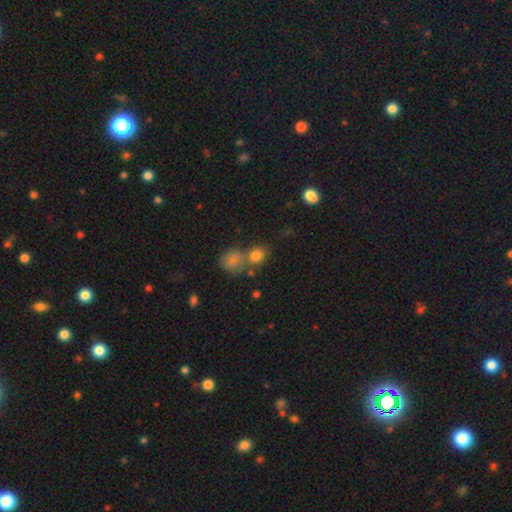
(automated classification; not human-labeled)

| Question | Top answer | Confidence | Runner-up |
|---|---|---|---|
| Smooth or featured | smooth | 80% | star or artifact (11%) |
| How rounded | round | 58% | in between (40%) |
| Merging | merger | 43% | none (42%) |